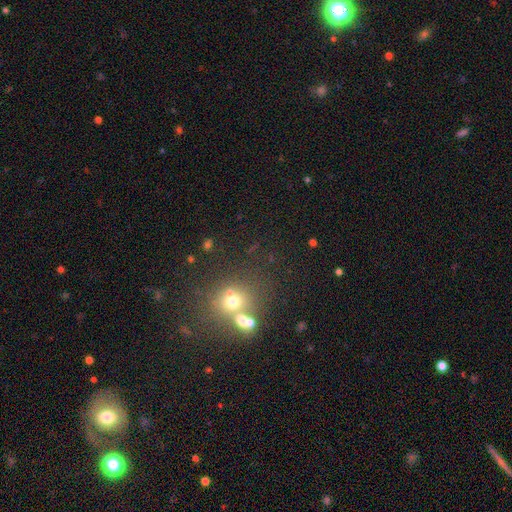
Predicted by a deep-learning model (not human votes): smooth_or_featured: smooth (p=0.53) [alt: star or artifact p=0.33]
how_rounded: round (p=0.80) [alt: in between p=0.18]
merging: none (p=0.54) [alt: merger p=0.33]